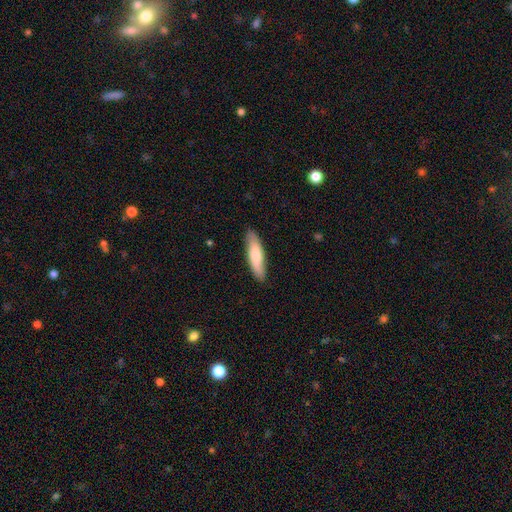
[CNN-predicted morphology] smooth_or_featured: smooth (p=0.76) [alt: featured or disk p=0.19]
how_rounded: cigar-shaped (p=0.68) [alt: in between p=0.30]
merging: none (p=0.86) [alt: minor disturbance p=0.11]